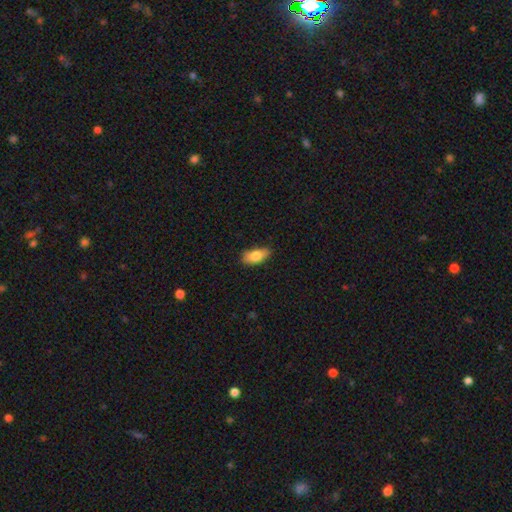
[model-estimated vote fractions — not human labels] Q: Smooth or featured?
A: smooth (80%); runner-up: featured or disk (13%)
Q: How rounded?
A: in between (87%); runner-up: cigar-shaped (9%)
Q: Merging?
A: none (78%); runner-up: minor disturbance (18%)